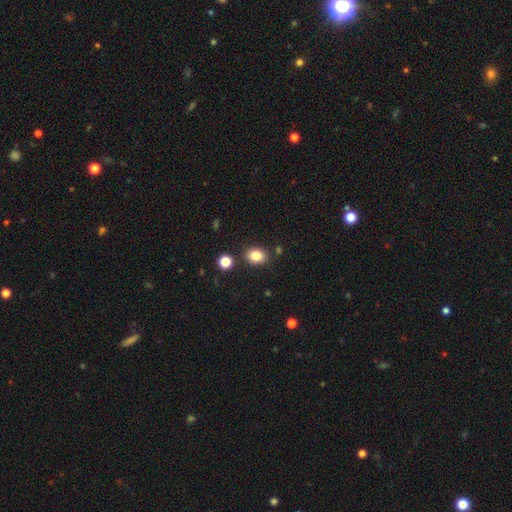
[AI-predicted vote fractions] Smooth or featured? Predicted: smooth (p=0.83). How rounded? Predicted: in between (p=0.64). Merging? Predicted: none (p=0.83).